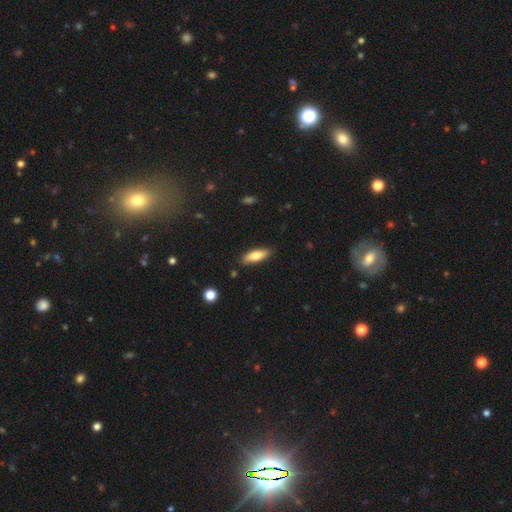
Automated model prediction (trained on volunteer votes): Overall: smooth (75%). How rounded: in between (55%; cigar-shaped 43%). Merging: none (84%).